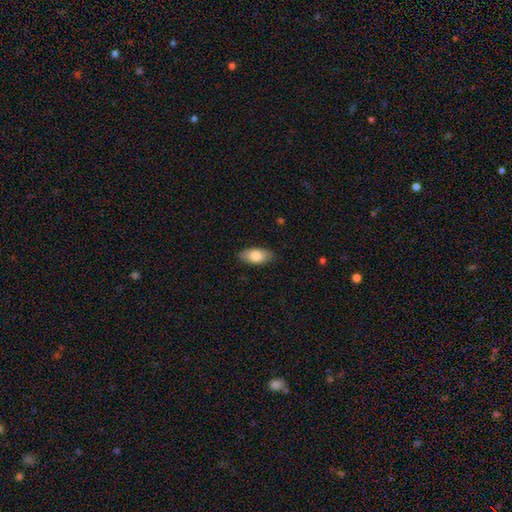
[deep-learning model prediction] This is clearly a smooth galaxy (81%). How rounded: clearly in between (90%). Merging: clearly none (87%).